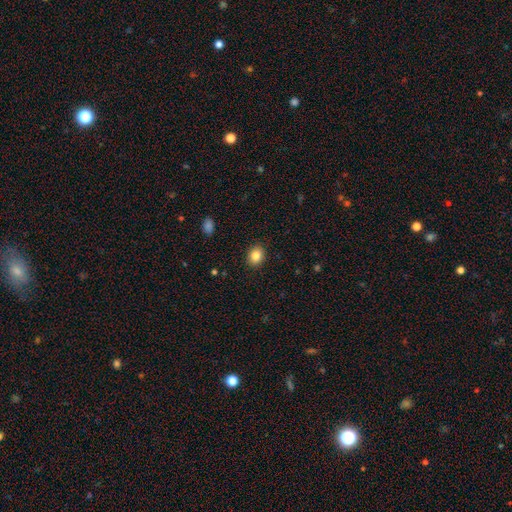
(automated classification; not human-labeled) Smooth or featured?
  - smooth: 85% *
  - star or artifact: 10%
  - featured or disk: 6%
How rounded?
  - round: 55% *
  - in between: 45%
  - cigar-shaped: 1%
Merging?
  - none: 90% *
  - minor disturbance: 7%
  - major disturbance: 2%
  - merger: 1%